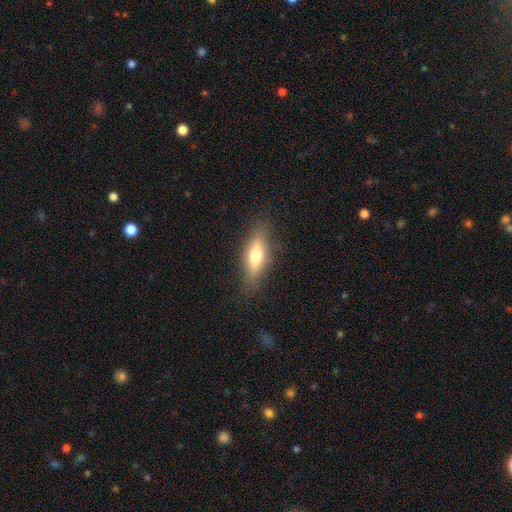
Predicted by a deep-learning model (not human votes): Smooth or featured? Predicted: smooth (p=0.58). How rounded? Predicted: in between (p=0.58). Merging? Predicted: none (p=0.82).